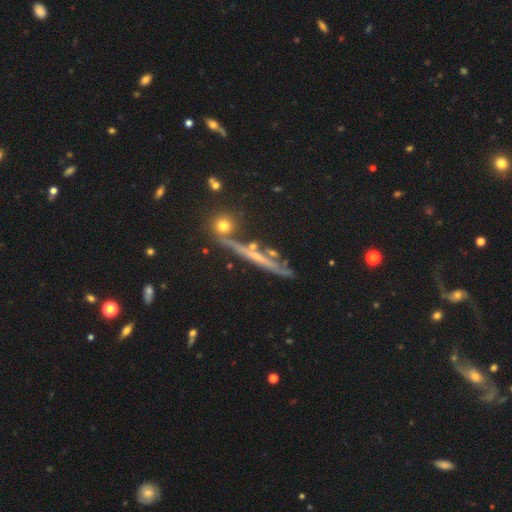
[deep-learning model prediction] smooth-or-featured: featured or disk: 64% | smooth: 24% | star or artifact: 12%
  disk-edge-on: yes: 89% | no: 11%
    edge-on-bulge: none: 72% | rounded: 21% | boxy: 7%
  merging: none: 73% | minor disturbance: 16% | merger: 7% | major disturbance: 5%